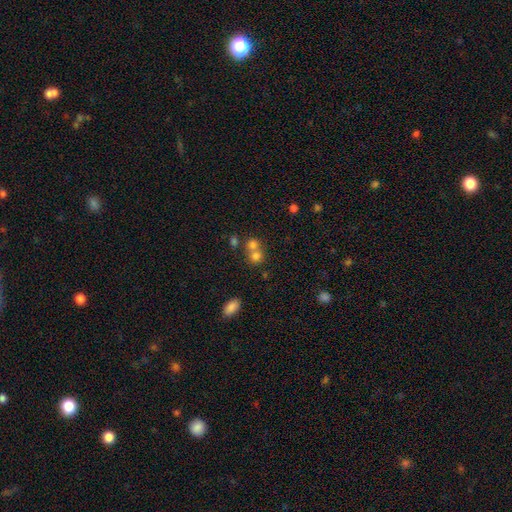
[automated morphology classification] Smooth or featured? smooth (74%)
How rounded? round (82%)
Merging? merger (52%)